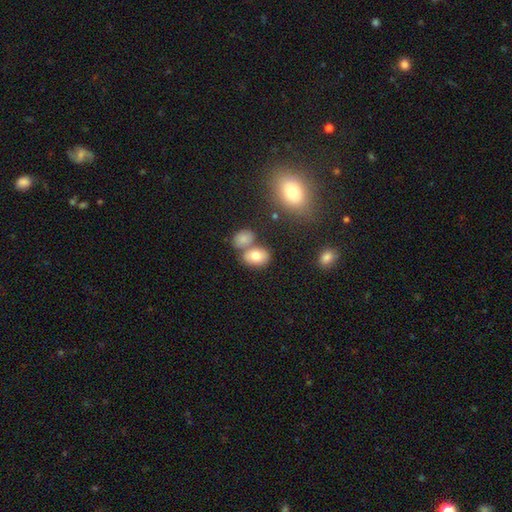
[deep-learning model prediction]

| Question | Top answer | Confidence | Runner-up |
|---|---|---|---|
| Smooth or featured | smooth | 78% | featured or disk (12%) |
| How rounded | in between | 78% | round (21%) |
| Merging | none | 55% | merger (28%) |